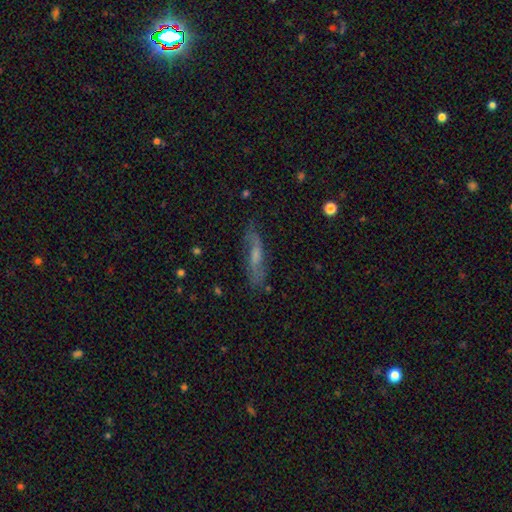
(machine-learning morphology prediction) Smooth or featured?
  - featured or disk: 56% *
  - smooth: 35%
  - star or artifact: 9%
Edge-on disk?
  - no: 64% *
  - yes: 36%
Merging?
  - none: 73% *
  - minor disturbance: 19%
  - major disturbance: 7%
  - merger: 2%